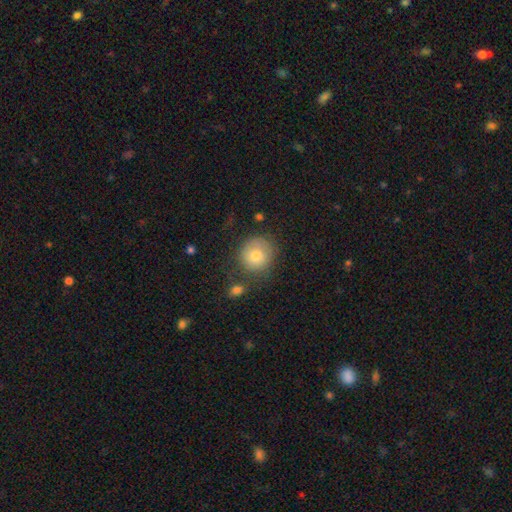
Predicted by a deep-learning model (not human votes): Q: Smooth or featured?
A: smooth (75%); runner-up: featured or disk (16%)
Q: How rounded?
A: round (89%); runner-up: in between (10%)
Q: Merging?
A: none (68%); runner-up: minor disturbance (19%)